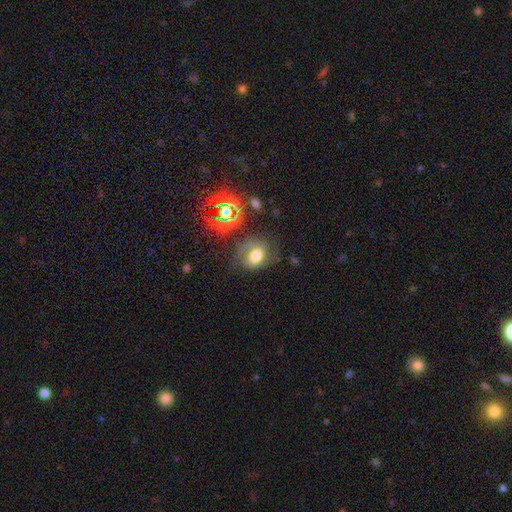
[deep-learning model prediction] smooth 56%, featured or disk 26%, star or artifact 17%. Down the decision tree: how rounded — in between (60%); merging — none (54%).